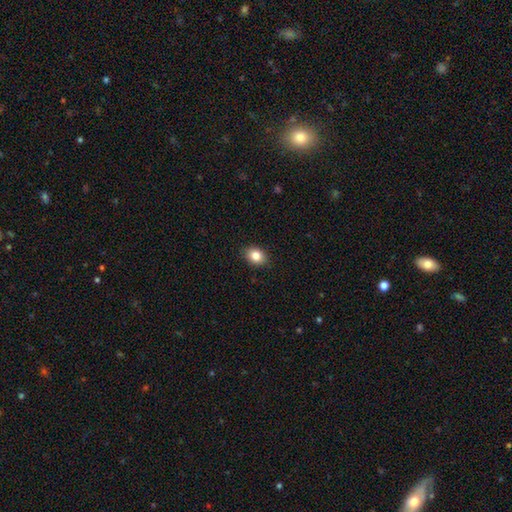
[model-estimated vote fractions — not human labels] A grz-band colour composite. It shows a smooth galaxy with no disk features (84%) that is in between round and cigar-shaped (57%). Merging: none (90%).